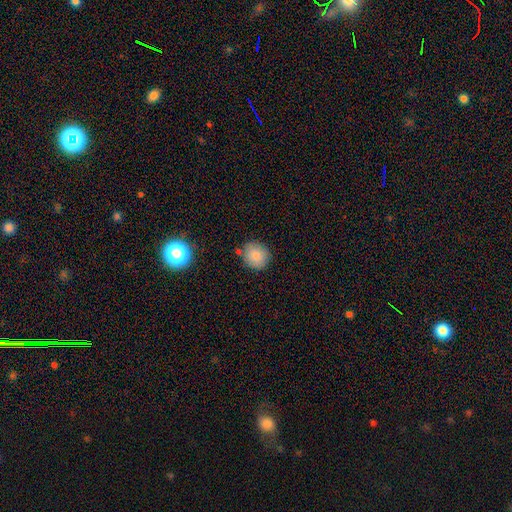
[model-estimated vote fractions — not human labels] Morphology: type=smooth (82%); roundness=round (83%); merging=none (79%).